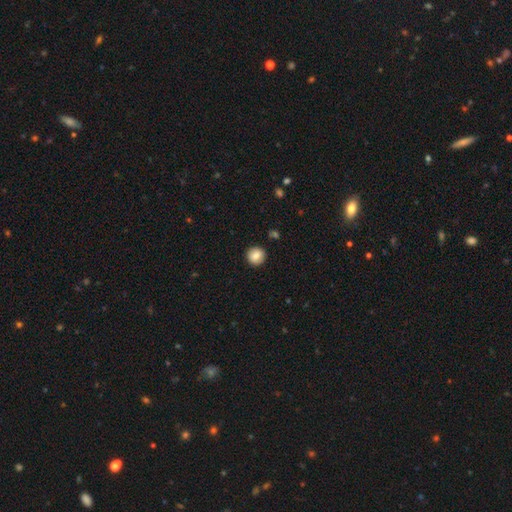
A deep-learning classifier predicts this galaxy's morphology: A smooth galaxy with no disk features (83%) that is round (93%).

Vote fractions:
- Smooth or featured? smooth: 83% / featured or disk: 9% / star or artifact: 8%
- How rounded? round: 93% / in between: 6% / cigar-shaped: 1%
- Merging? none: 91% / minor disturbance: 6% / major disturbance: 2% / merger: 1%